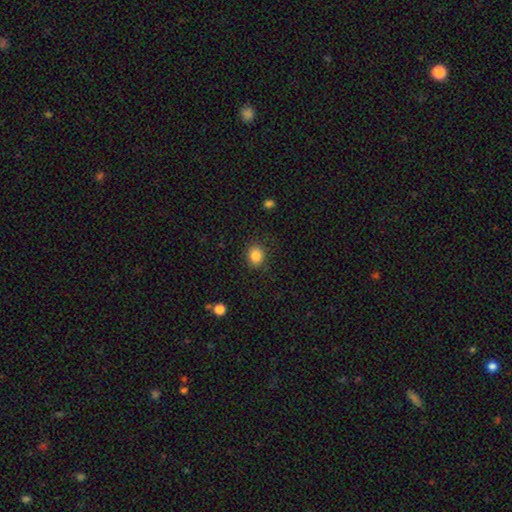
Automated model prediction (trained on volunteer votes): Morphology: type=smooth (85%); roundness=round (66%); merging=none (87%).